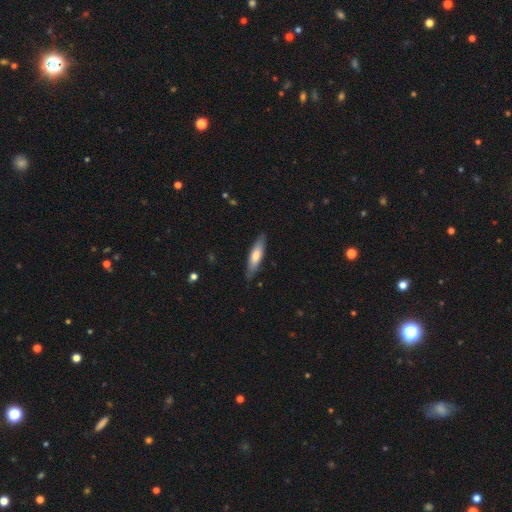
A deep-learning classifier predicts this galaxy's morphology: The model was most divided on "how rounded": cigar-shaped: 67%, in between: 31%, round: 1%. More confident: merging — none (83%); smooth or featured — smooth (65%).